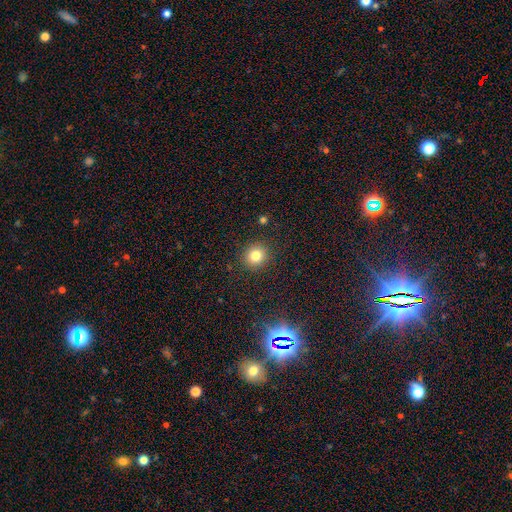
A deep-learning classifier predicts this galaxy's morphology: Smooth or featured? Predicted: smooth (p=0.79). How rounded? Predicted: round (p=0.88). Merging? Predicted: none (p=0.90).